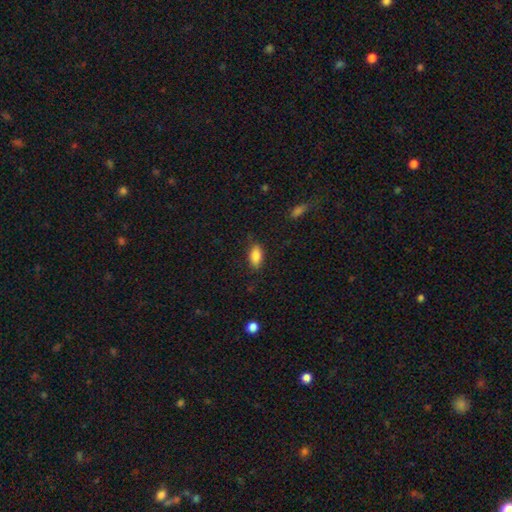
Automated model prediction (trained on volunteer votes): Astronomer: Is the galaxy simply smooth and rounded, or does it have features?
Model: smooth — 85%.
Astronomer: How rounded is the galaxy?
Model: in between — 88%.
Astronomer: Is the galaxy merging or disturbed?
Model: none — 81%.